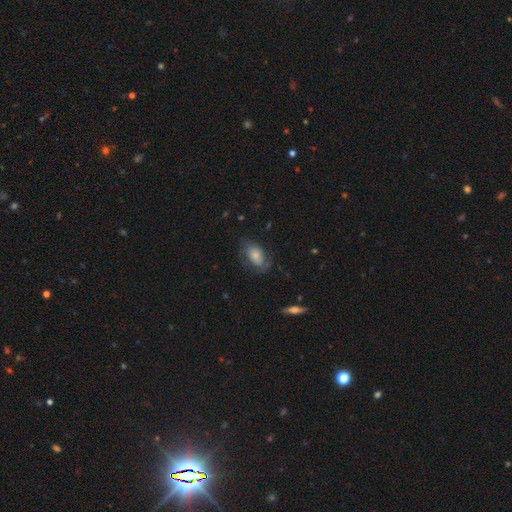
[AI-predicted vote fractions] smooth-or-featured: smooth: 56% | featured or disk: 36% | star or artifact: 8%
  how-rounded: in between: 87% | round: 11% | cigar-shaped: 2%
  merging: none: 60% | minor disturbance: 24% | major disturbance: 15% | merger: 1%